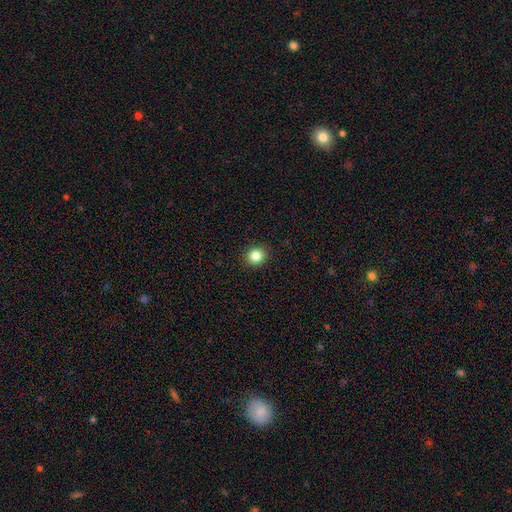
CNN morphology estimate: Smooth or featured? smooth (84%)
How rounded? round (85%)
Merging? none (92%)